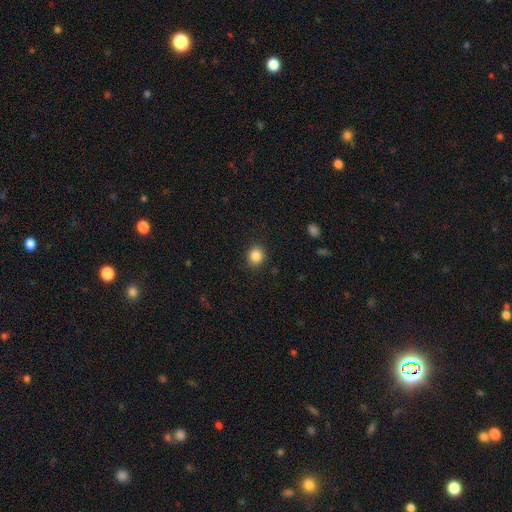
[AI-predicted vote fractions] smooth 86%, star or artifact 10%, featured or disk 4%. Down the decision tree: how rounded — round (76%); merging — none (90%).